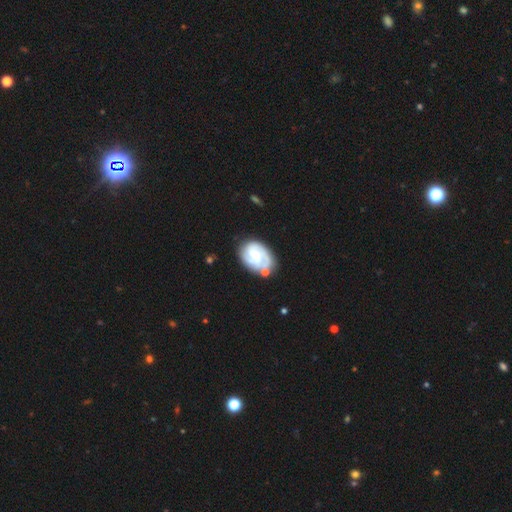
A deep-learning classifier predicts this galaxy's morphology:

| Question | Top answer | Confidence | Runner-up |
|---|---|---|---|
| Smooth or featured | featured or disk | 76% | smooth (19%) |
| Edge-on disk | no | 98% | yes (2%) |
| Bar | no | 47% | weak (44%) |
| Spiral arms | yes | 93% | no (7%) |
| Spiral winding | tight | 59% | medium (32%) |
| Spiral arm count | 2 | 43% | can't tell (22%) |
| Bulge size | moderate | 44% | small (42%) |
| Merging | none | 63% | minor disturbance (21%) |